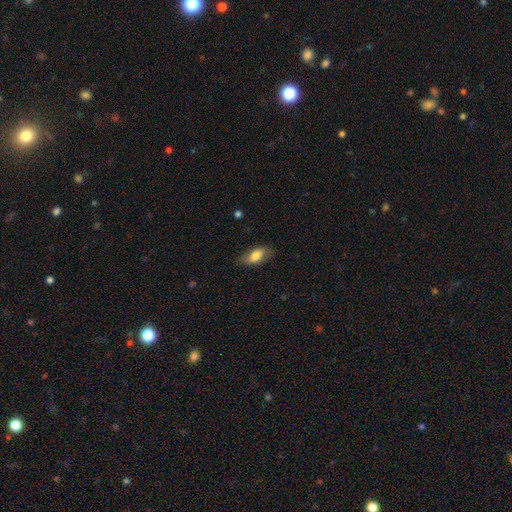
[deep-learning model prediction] smooth 76%, featured or disk 17%, star or artifact 6%. Down the decision tree: how rounded — in between (88%); merging — none (77%).